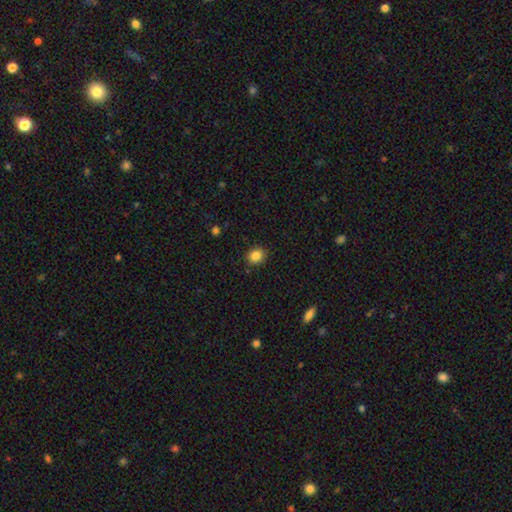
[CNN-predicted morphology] Smooth or featured?
  - smooth: 85% *
  - star or artifact: 10%
  - featured or disk: 5%
How rounded?
  - round: 72% *
  - in between: 27%
  - cigar-shaped: 1%
Merging?
  - none: 89% *
  - minor disturbance: 8%
  - major disturbance: 2%
  - merger: 1%